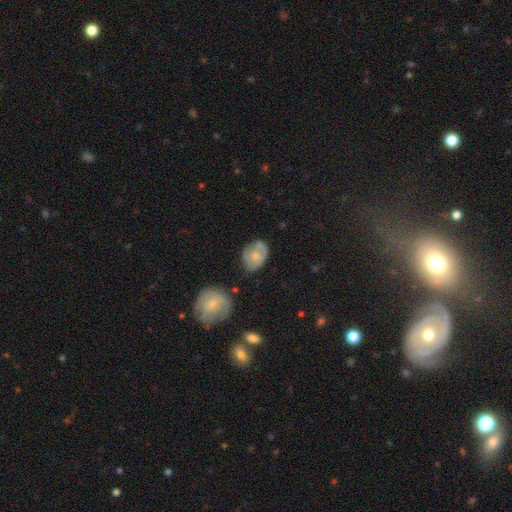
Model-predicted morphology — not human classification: smooth 53%, featured or disk 40%, star or artifact 7%. Down the decision tree: how rounded — in between (71%); merging — none (55%).